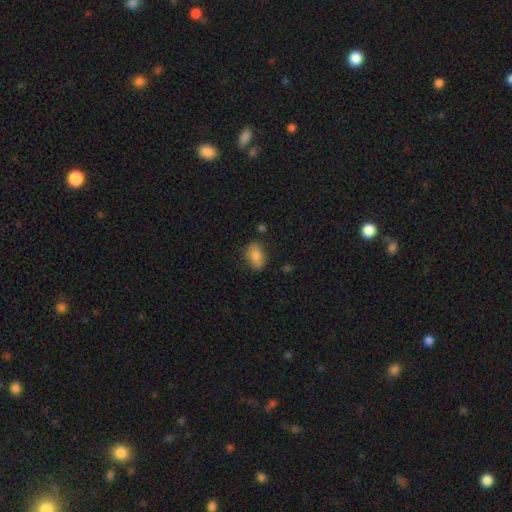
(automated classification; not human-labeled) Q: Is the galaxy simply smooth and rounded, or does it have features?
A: smooth — 81%.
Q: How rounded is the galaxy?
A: in between — 84%.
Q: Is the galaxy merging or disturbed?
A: none — 71%.